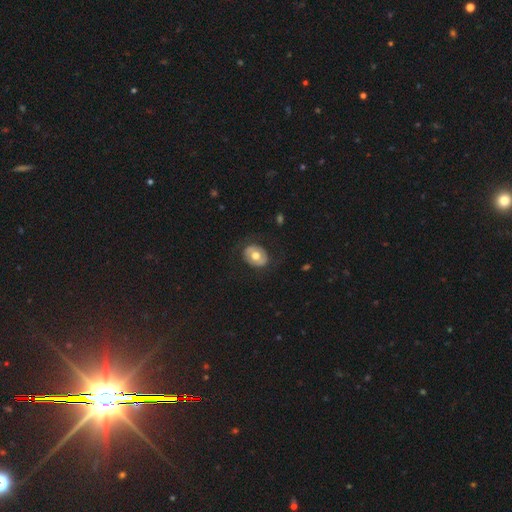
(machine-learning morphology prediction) Overall: smooth (56%; featured or disk 37%). How rounded: in between (53%; round 46%). Merging: none (78%).